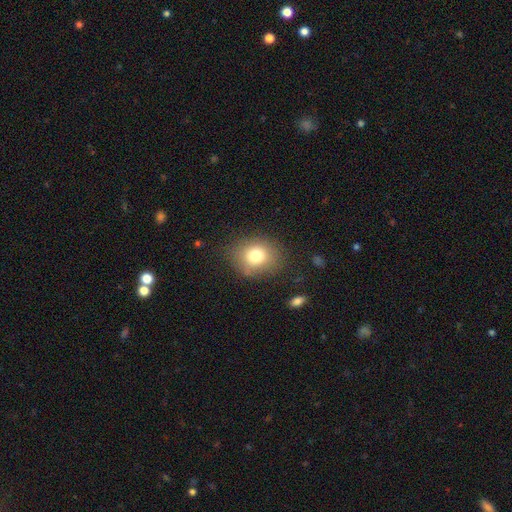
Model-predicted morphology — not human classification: A smooth galaxy with no disk features (77%) that is round (62%). Merging: none (78%).